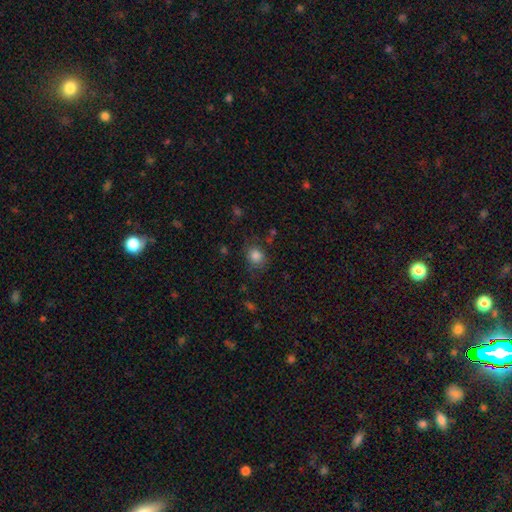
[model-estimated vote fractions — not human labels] Smooth or featured? smooth (83%)
How rounded? round (67%)
Merging? none (73%)